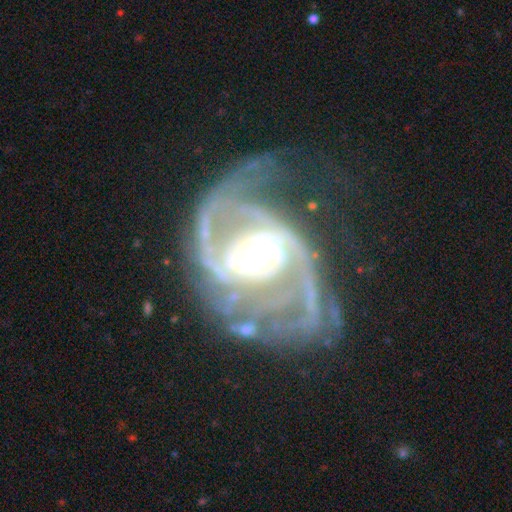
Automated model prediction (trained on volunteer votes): featured or disk 92%, star or artifact 5%, smooth 4%. Down the decision tree: edge-on disk — no (98%); bar — strong (42%); spiral arms — yes (97%); spiral arm count — 2 (60%); spiral winding — medium (46%); bulge size — moderate (61%); merging — none (45%).